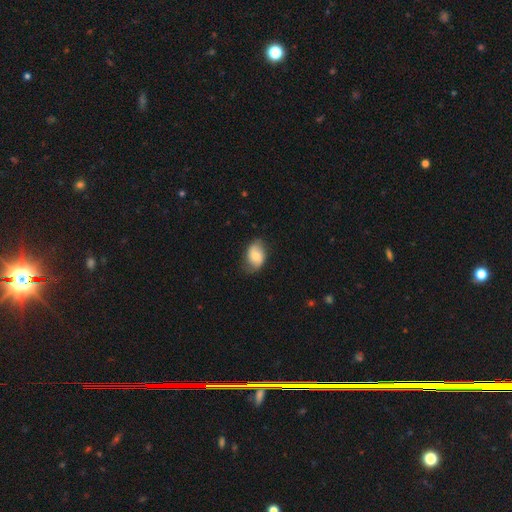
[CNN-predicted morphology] Overall: smooth (68%). How rounded: in between (82%). Merging: none (71%).